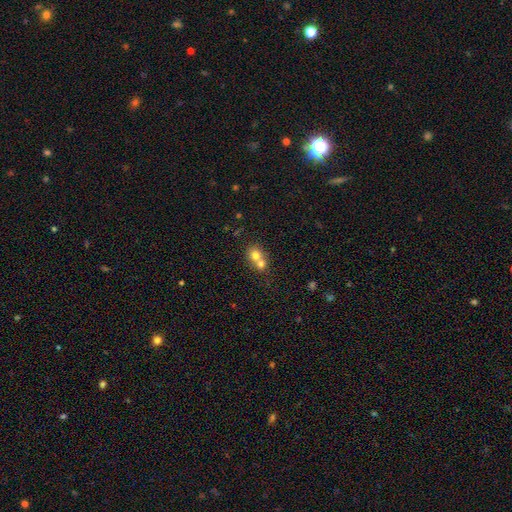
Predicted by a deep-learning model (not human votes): smooth_or_featured: smooth (p=0.72) [alt: featured or disk p=0.16]
how_rounded: round (p=0.77) [alt: in between p=0.23]
merging: merger (p=0.66) [alt: none p=0.28]